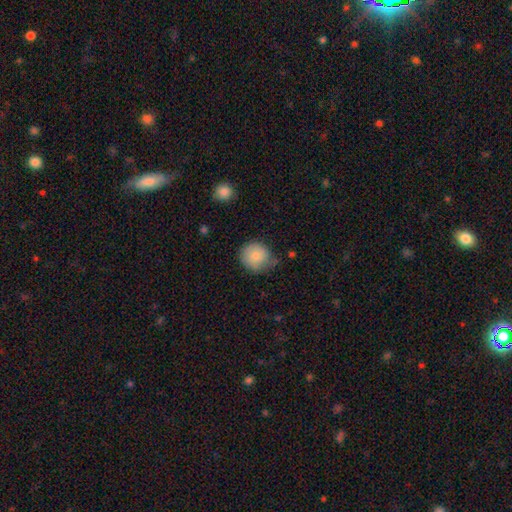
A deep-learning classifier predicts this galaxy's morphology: A smooth galaxy with no disk features (83%) that is round (86%). Merging: none (57%).